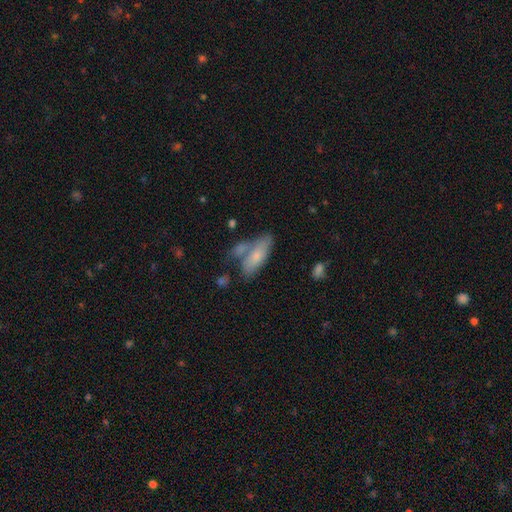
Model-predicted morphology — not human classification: Smooth or featured?
  - smooth: 70% *
  - featured or disk: 23%
  - star or artifact: 7%
How rounded?
  - in between: 73% *
  - cigar-shaped: 25%
  - round: 3%
Merging?
  - none: 45% *
  - merger: 28%
  - minor disturbance: 19%
  - major disturbance: 8%